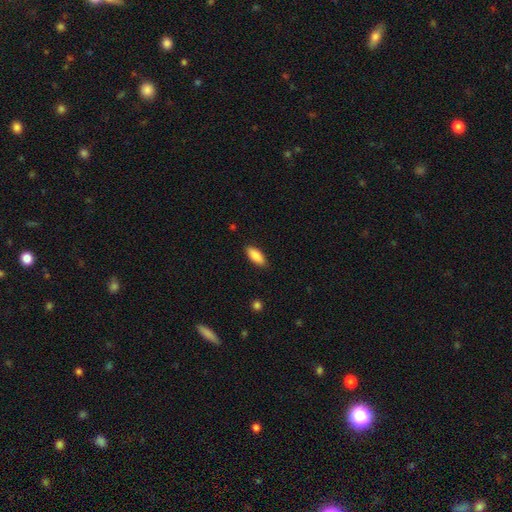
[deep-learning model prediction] Overall: smooth (88%). How rounded: in between (81%). Merging: none (87%).